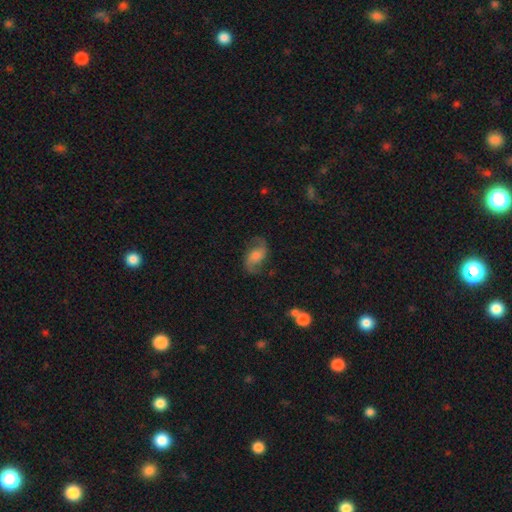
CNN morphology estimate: This is likely a featured or disk galaxy (76%). It is clearly not viewed edge-on (97%). Bar: possibly no (49%). Spiral arm pattern: clearly yes (95%). Spiral arm count: clearly 2 (92%). Spiral winding: likely loose (61%). Central bulge: marginally moderate (40%). Merging: likely none (75%).